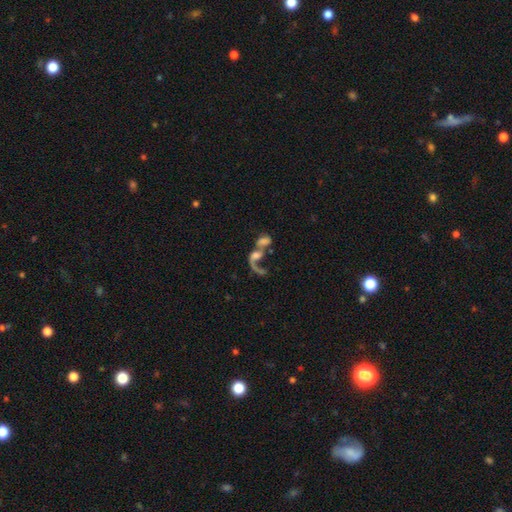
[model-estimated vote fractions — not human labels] Smooth or featured?
  - featured or disk: 57% *
  - smooth: 32%
  - star or artifact: 11%
Edge-on disk?
  - no: 94% *
  - yes: 6%
Bar?
  - no: 68% *
  - weak: 23%
  - strong: 8%
Spiral arms?
  - yes: 64% *
  - no: 36%
Bulge size?
  - none: 30% *
  - moderate: 28%
  - small: 23%
  - large: 15%
  - dominant: 4%
Merging?
  - merger: 64% *
  - major disturbance: 17%
  - none: 13%
  - minor disturbance: 6%